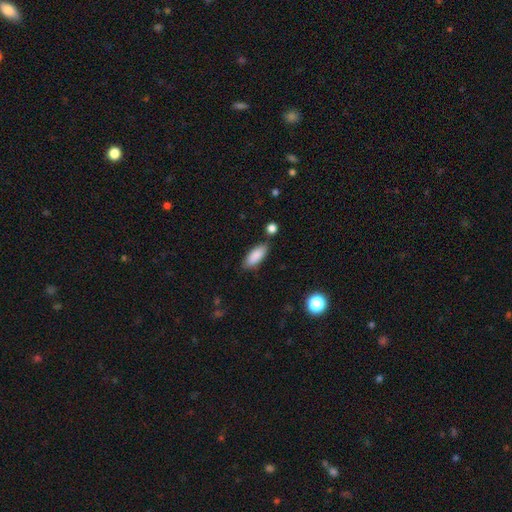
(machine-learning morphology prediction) The model was most divided on "how rounded": in between: 79%, cigar-shaped: 19%, round: 2%. More confident: smooth or featured — smooth (88%); merging — none (79%).